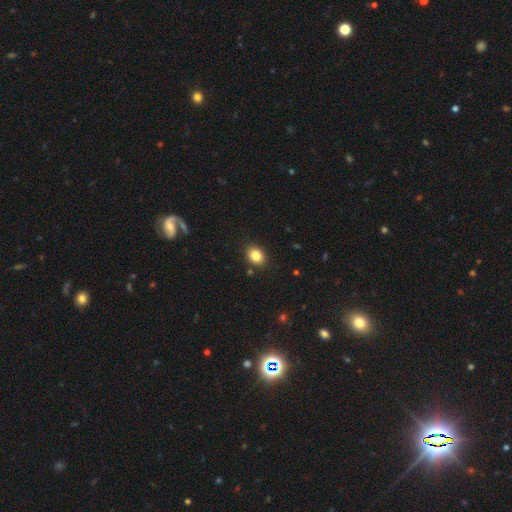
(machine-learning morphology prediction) smooth-or-featured: smooth: 84% | star or artifact: 10% | featured or disk: 7%
  how-rounded: in between: 61% | round: 38% | cigar-shaped: 1%
  merging: none: 88% | minor disturbance: 8% | major disturbance: 2% | merger: 2%